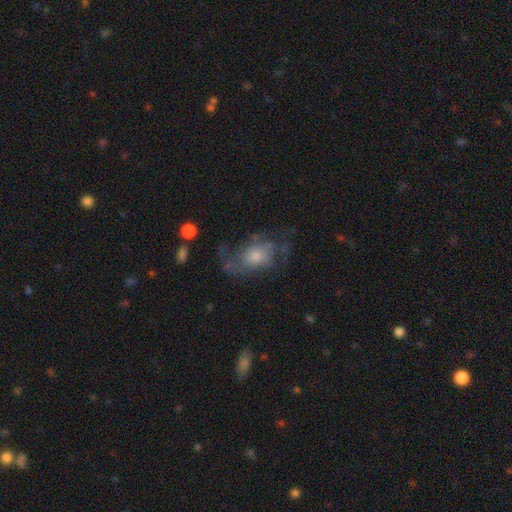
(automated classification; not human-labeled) This appears to be a featured or disk galaxy (61%) with no bar (79%), spiral arms (70%) and a moderate central bulge (43%). Merging: none (48%).